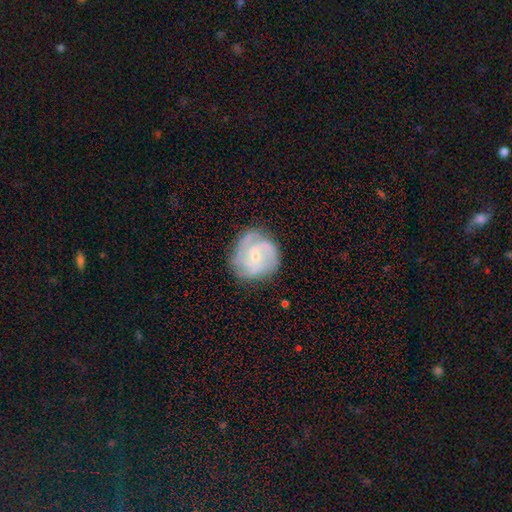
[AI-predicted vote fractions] A featured or disk galaxy (76%) with no bar (57%), 3 (29%) tight (50%) spiral arms (93%) and a small central bulge (69%). Merging: none (72%).